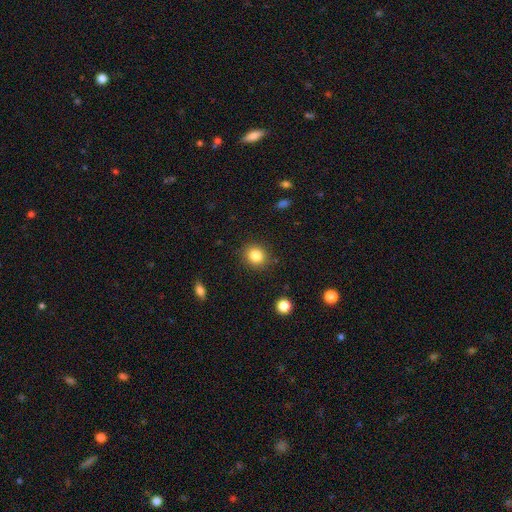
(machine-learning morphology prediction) type=smooth (84%); roundness=round (78%); merging=none (88%).